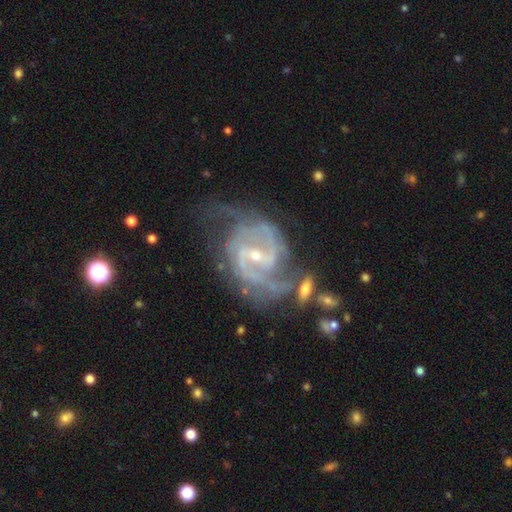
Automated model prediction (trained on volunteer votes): A featured or disk galaxy (91%) with a weak bar (49%), 2 (68%) medium (51%) spiral arms (98%) and a small central bulge (70%). Merging: none (51%).